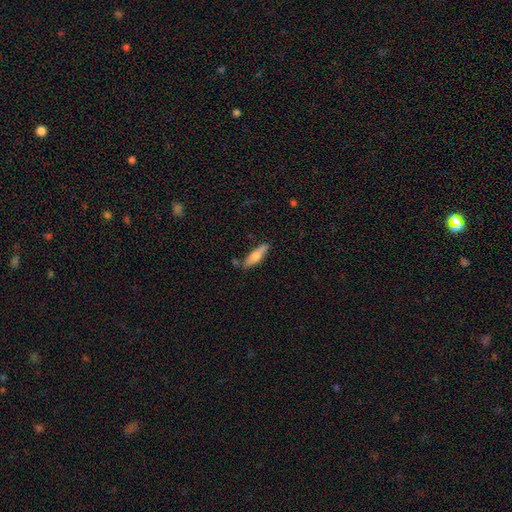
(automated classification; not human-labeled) Smooth or featured? smooth (61%)
How rounded? cigar-shaped (67%)
Merging? none (77%)